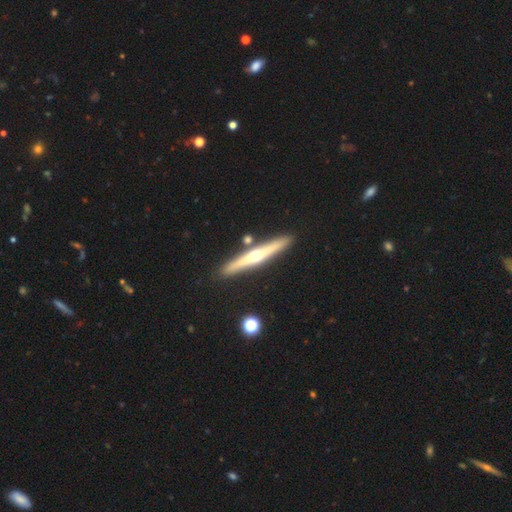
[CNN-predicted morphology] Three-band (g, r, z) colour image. It shows a featured or disk galaxy (71%) viewed edge-on (97%) with a rounded central bulge (91%). Merging: none (88%).